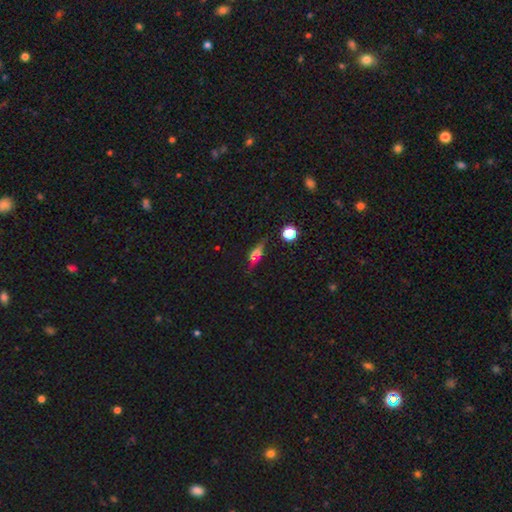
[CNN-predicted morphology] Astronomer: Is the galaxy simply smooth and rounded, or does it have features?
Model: featured or disk — 43% (runner-up: smooth, 41%).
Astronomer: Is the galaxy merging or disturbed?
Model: none — 74%.